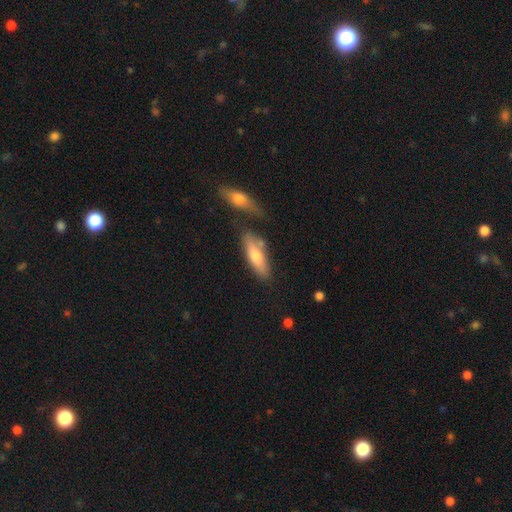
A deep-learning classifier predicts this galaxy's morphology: smooth 66%, featured or disk 28%, star or artifact 6%. Down the decision tree: how rounded — in between (50%); merging — none (65%).